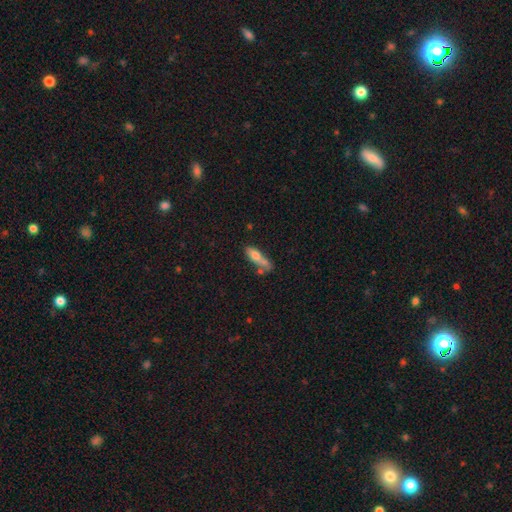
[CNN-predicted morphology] Smooth or featured: smooth — 68% (featured or disk — 23%)
How rounded: in between — 54% (cigar-shaped — 43%)
Merging: none — 35% (tied with merger — 35%)